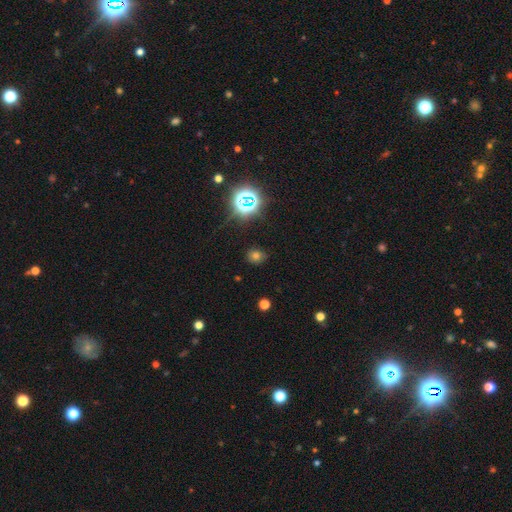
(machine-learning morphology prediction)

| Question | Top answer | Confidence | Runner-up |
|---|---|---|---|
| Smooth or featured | smooth | 62% | star or artifact (30%) |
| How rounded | round | 62% | in between (37%) |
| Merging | none | 84% | minor disturbance (11%) |